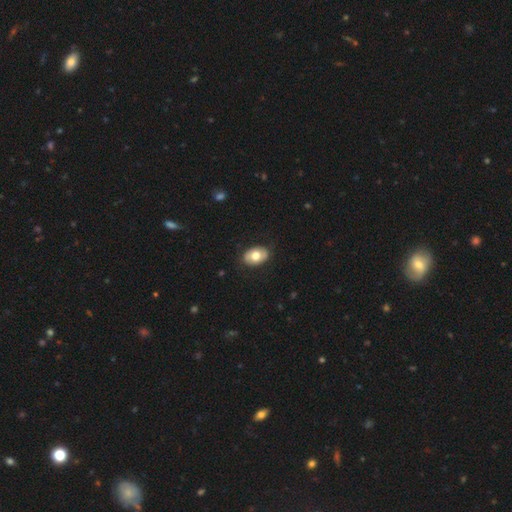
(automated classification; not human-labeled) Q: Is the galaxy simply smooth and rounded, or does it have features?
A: smooth — 68%.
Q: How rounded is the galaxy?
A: in between — 85%.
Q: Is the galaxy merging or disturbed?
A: none — 85%.